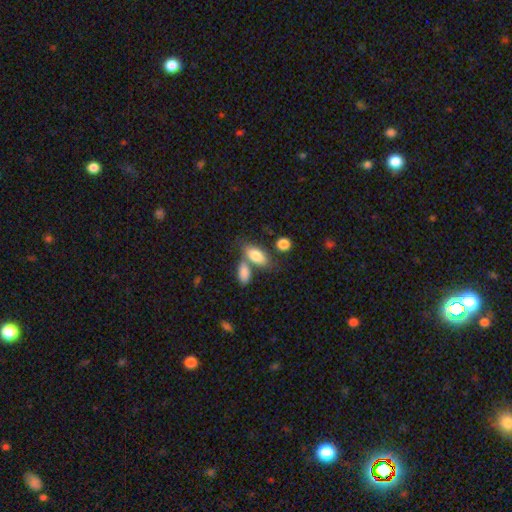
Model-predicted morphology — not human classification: Smooth or featured? smooth (82%)
How rounded? in between (88%)
Merging? none (50%)